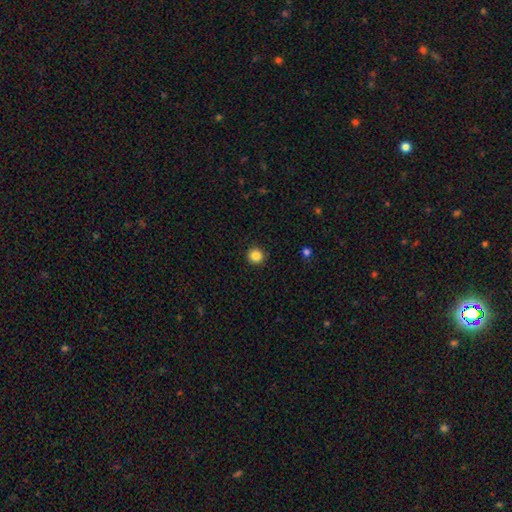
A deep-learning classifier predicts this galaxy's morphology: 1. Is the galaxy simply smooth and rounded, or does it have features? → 85% smooth, 11% star or artifact, 4% featured or disk.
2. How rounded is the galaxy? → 94% round, 5% in between, 1% cigar-shaped.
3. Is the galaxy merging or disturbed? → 92% none, 5% minor disturbance, 2% major disturbance, 1% merger.